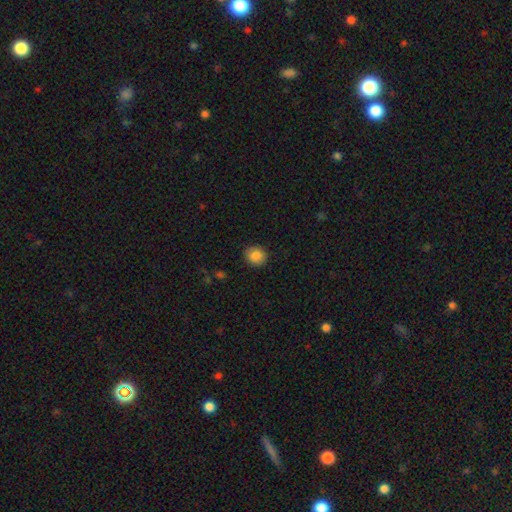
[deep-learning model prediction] This appears to be a smooth galaxy with no disk features (85%) that is round (81%). Merging: none (89%).